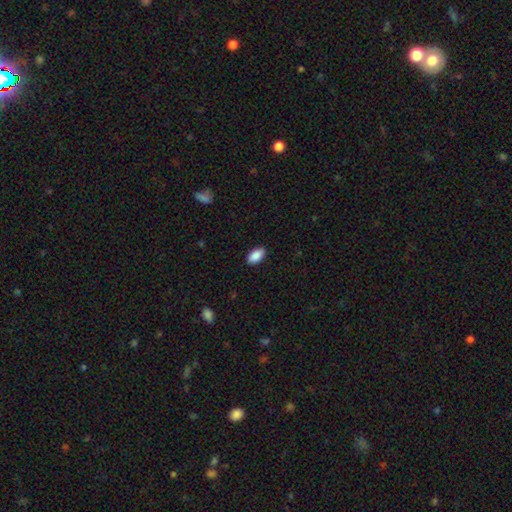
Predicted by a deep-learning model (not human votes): Overall: smooth (89%). How rounded: in between (93%). Merging: none (88%).